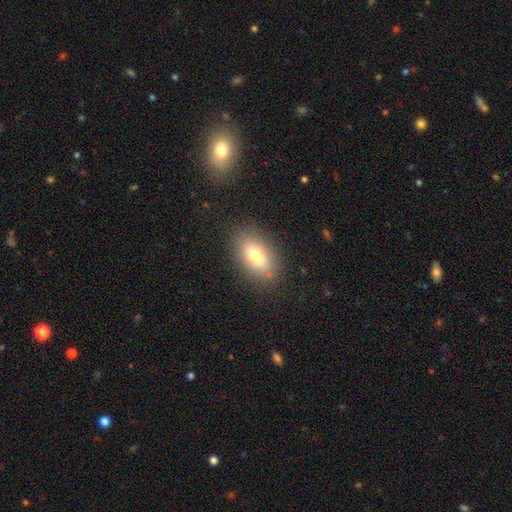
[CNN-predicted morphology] This is likely a smooth galaxy (73%). How rounded: clearly in between (87%). Merging: clearly none (83%).